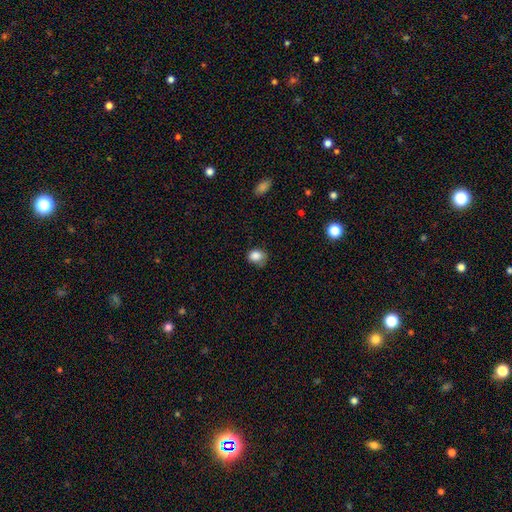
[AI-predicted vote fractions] Smooth or featured? smooth (85%)
How rounded? round (51%)
Merging? none (55%)